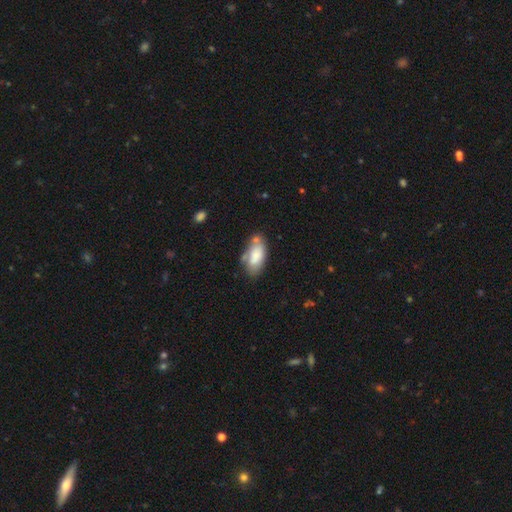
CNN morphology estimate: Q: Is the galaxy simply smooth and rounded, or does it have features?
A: smooth — 76%.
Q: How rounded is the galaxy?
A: in between — 89%.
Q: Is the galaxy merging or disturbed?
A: none — 54%.